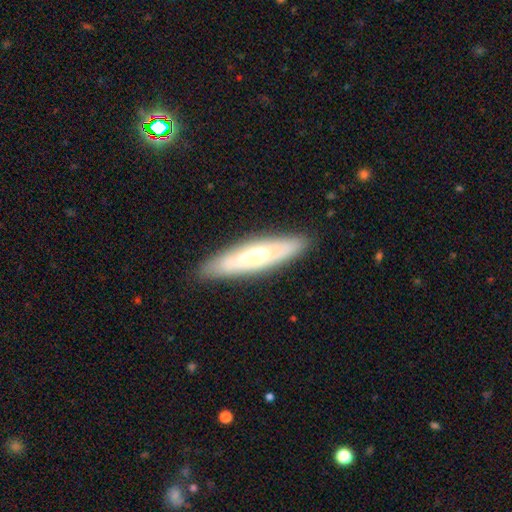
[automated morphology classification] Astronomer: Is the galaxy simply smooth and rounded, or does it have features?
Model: featured or disk — 49% (runner-up: smooth, 45%).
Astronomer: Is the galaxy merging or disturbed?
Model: none — 86%.